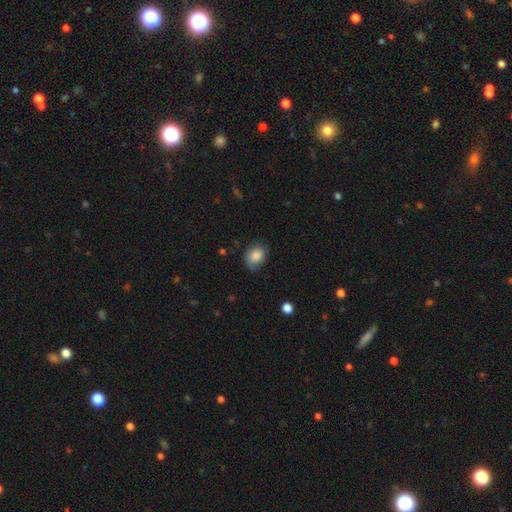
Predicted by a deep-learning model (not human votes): Morphology: type=smooth (84%); roundness=in between (52%); merging=none (69%).